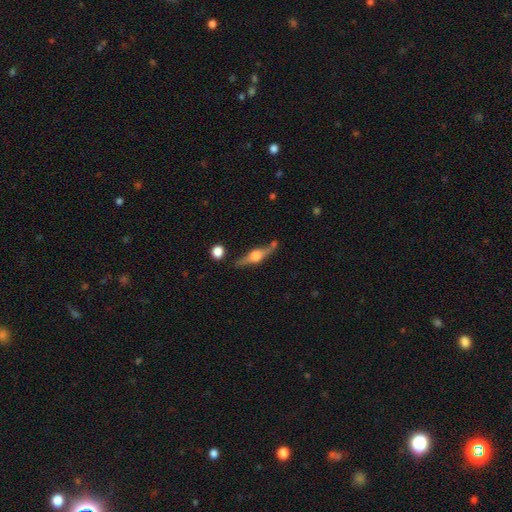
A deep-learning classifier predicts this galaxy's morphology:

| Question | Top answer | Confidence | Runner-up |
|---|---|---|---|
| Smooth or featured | featured or disk | 76% | smooth (18%) |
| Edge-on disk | yes | 95% | no (5%) |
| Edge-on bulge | rounded | 94% | boxy (5%) |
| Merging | none | 76% | minor disturbance (14%) |